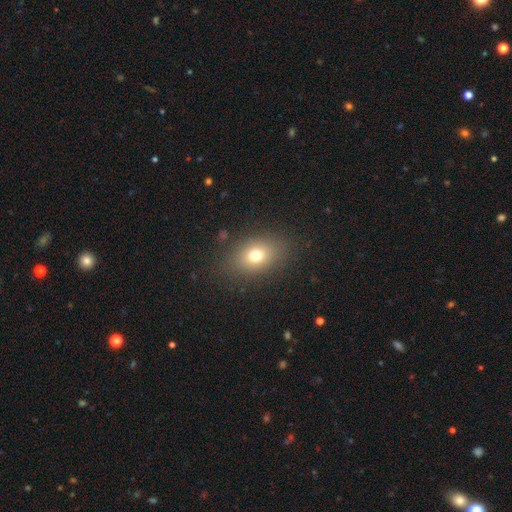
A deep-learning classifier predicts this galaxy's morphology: The model was most divided on "how rounded": in between: 69%, round: 29%, cigar-shaped: 2%. More confident: merging — none (84%); smooth or featured — smooth (74%).